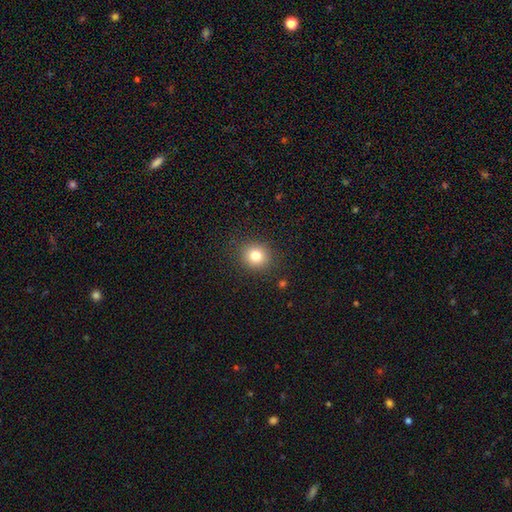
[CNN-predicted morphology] Q: Smooth or featured?
A: smooth (80%); runner-up: star or artifact (12%)
Q: How rounded?
A: round (86%); runner-up: in between (13%)
Q: Merging?
A: none (89%); runner-up: minor disturbance (7%)